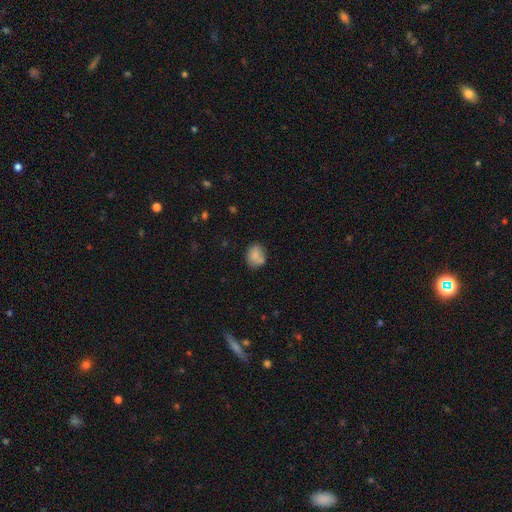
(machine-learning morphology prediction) type=smooth (79%); roundness=round (53%); merging=none (59%).